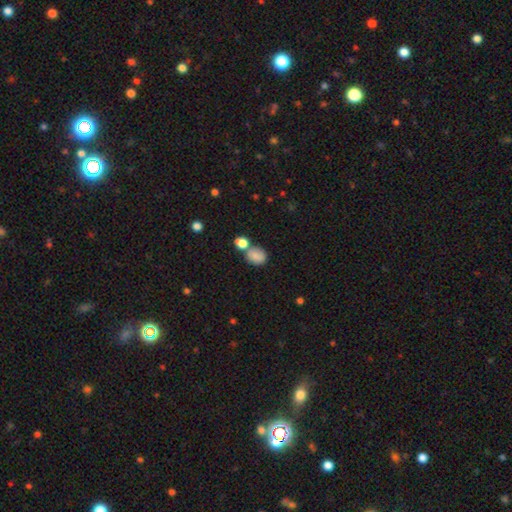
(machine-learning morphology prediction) smooth_or_featured: smooth (p=0.84) [alt: star or artifact p=0.10]
how_rounded: in between (p=0.53) [alt: round p=0.45]
merging: none (p=0.49) [alt: merger p=0.32]